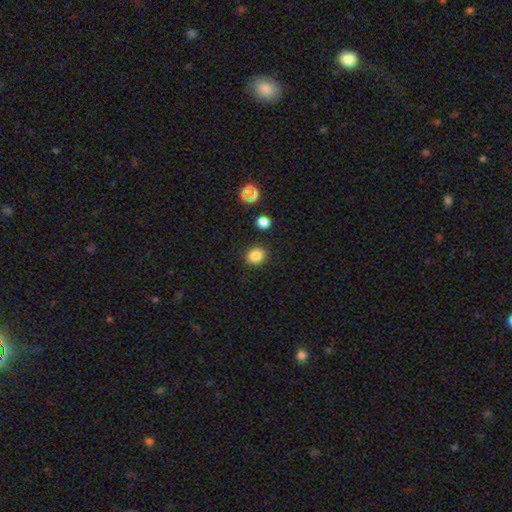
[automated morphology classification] Smooth or featured? smooth (84%)
How rounded? round (75%)
Merging? none (89%)